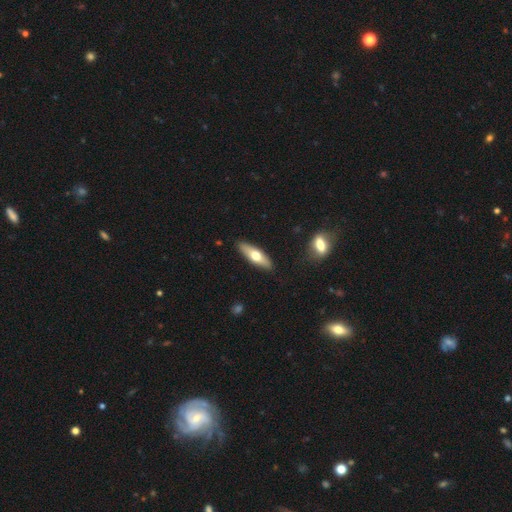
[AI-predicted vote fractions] Overall: smooth (57%; featured or disk 38%). How rounded: cigar-shaped (51%; in between 46%). Merging: none (88%).